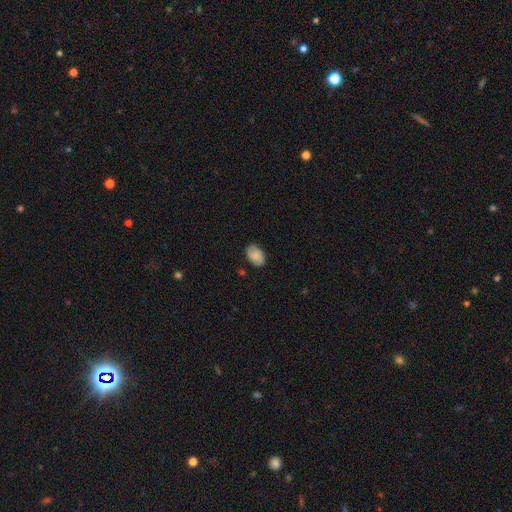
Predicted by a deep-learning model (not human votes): This appears to be a smooth galaxy with no disk features (76%) that is in between round and cigar-shaped (86%). Merging: none (81%).